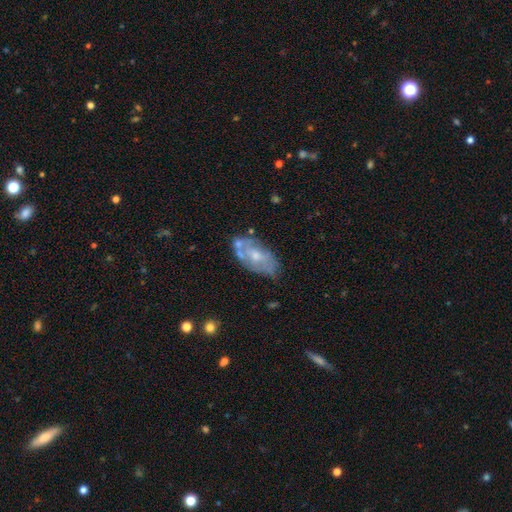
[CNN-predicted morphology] Smooth or featured? Predicted: featured or disk (p=0.64). Edge-on disk? Predicted: no (p=0.94). Bar? Predicted: no (p=0.78). Spiral arms? Predicted: no (p=0.54). Bulge size? Predicted: moderate (p=0.52). Merging? Predicted: none (p=0.53).